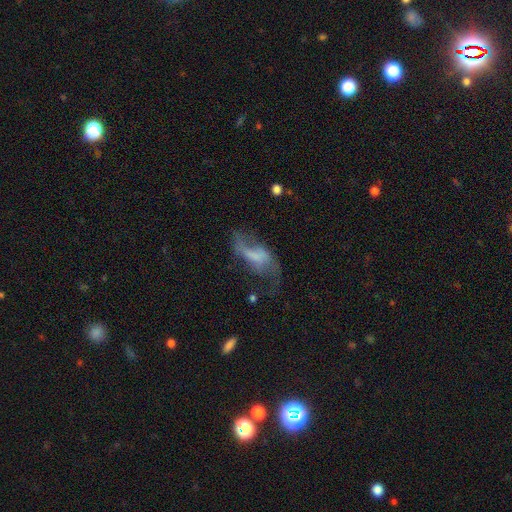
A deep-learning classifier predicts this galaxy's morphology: type=featured or disk (65%); edge-on=no (92%); bar=no (41%); spiral arms=yes (74%); bulge=none (60%); merging=major disturbance (37%).